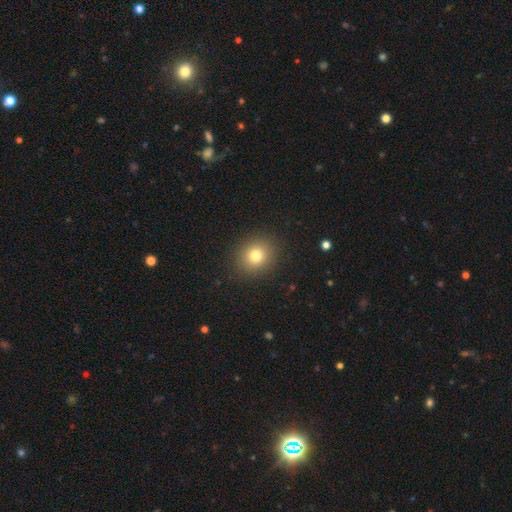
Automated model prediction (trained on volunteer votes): Morphology: type=smooth (78%); roundness=round (78%); merging=none (90%).